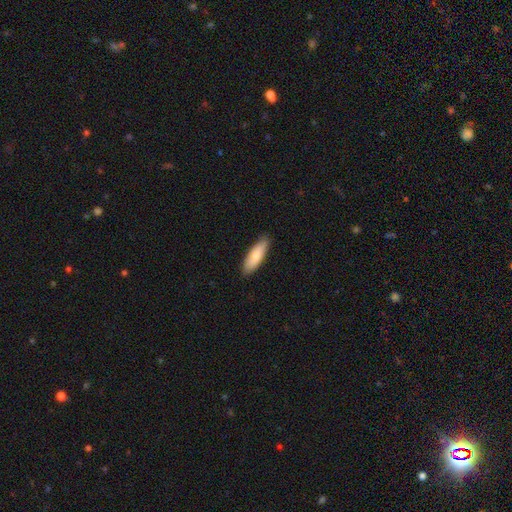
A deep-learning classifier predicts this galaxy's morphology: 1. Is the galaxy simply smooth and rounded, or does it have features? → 79% smooth, 16% featured or disk, 5% star or artifact.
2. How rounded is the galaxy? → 50% in between, 48% cigar-shaped, 2% round.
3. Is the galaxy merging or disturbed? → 87% none, 11% minor disturbance, 2% major disturbance, 1% merger.